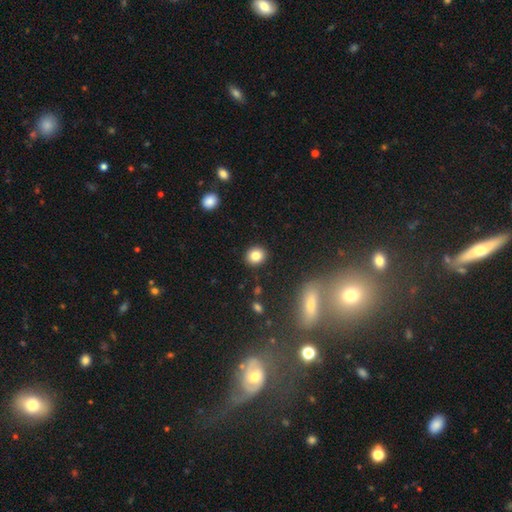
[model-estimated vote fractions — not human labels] Overall: smooth (83%). How rounded: round (76%). Merging: none (90%).